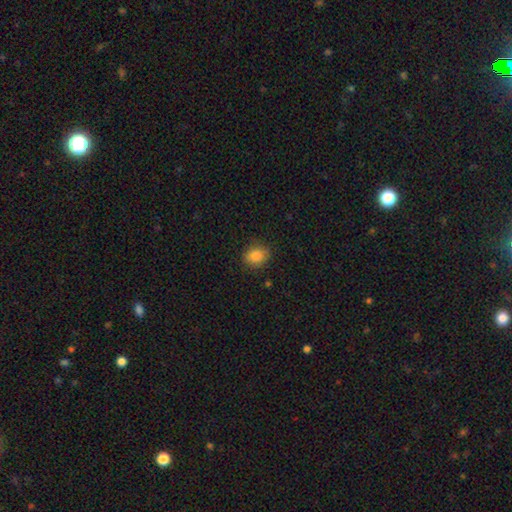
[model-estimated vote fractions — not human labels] Smooth or featured? Predicted: smooth (p=0.85). How rounded? Predicted: round (p=0.52). Merging? Predicted: none (p=0.84).